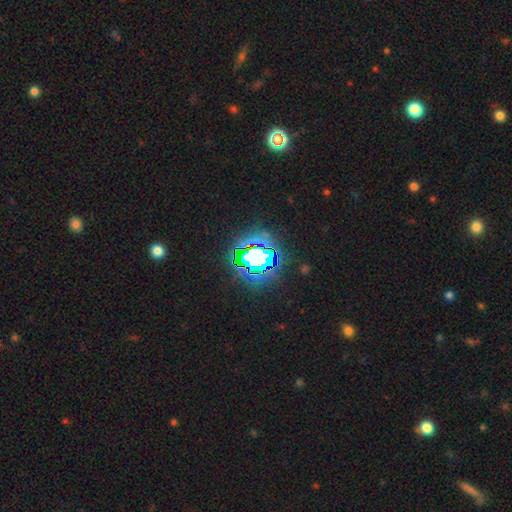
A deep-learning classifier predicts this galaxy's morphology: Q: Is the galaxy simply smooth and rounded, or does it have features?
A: star or artifact — 70%.